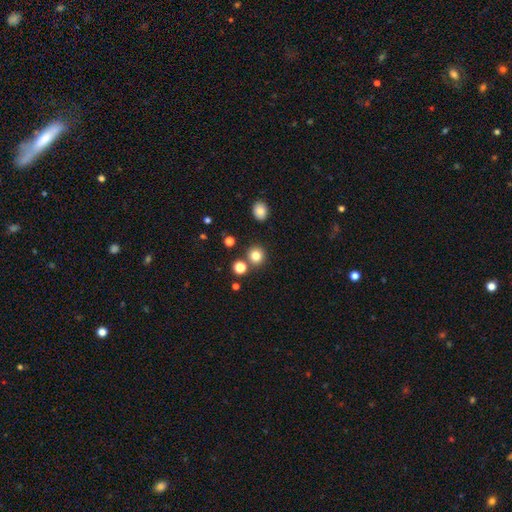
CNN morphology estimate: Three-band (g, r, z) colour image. It shows a smooth galaxy with no disk features (81%) that is round (89%). Merging: none (82%).